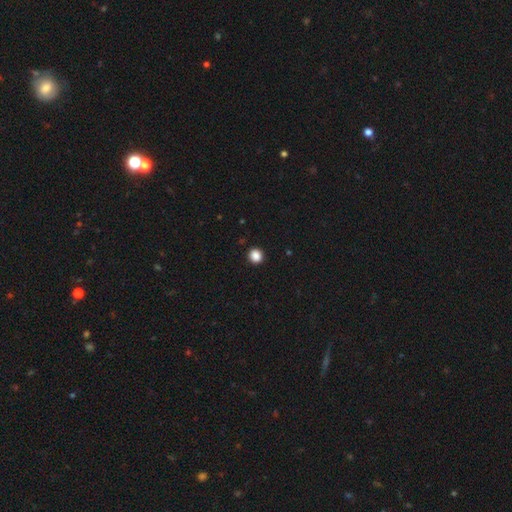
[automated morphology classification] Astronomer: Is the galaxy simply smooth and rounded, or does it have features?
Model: smooth — 87%.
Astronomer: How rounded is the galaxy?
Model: round — 89%.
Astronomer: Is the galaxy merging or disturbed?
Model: none — 93%.